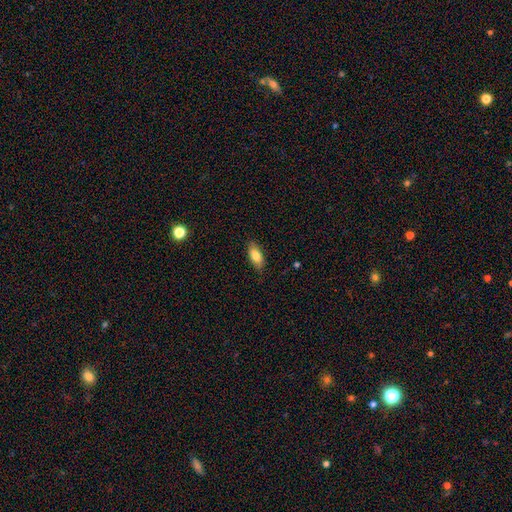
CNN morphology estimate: Smooth or featured? smooth (81%)
How rounded? in between (86%)
Merging? none (82%)